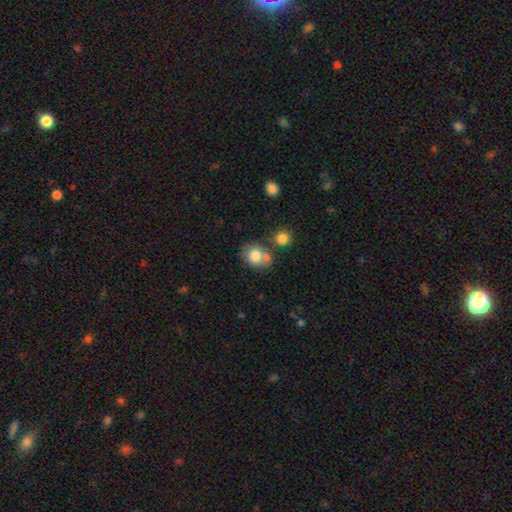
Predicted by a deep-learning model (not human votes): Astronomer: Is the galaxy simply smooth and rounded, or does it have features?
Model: smooth — 79%.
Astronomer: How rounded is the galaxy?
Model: round — 57% (runner-up: in between, 42%).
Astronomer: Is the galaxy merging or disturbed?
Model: none — 50% (runner-up: merger, 28%).